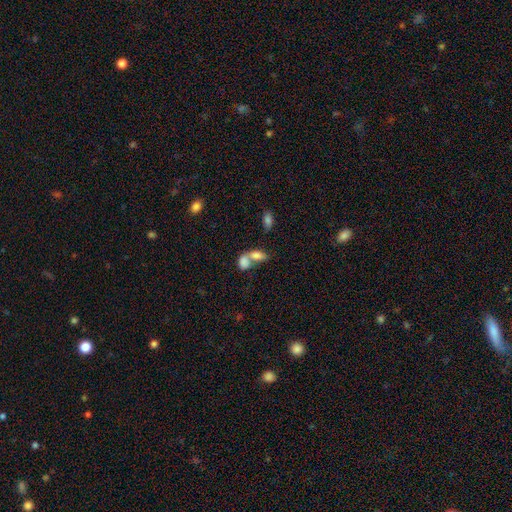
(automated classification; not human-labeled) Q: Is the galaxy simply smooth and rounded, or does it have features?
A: smooth — 79%.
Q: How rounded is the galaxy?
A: in between — 86%.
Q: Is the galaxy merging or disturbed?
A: merger — 70%.